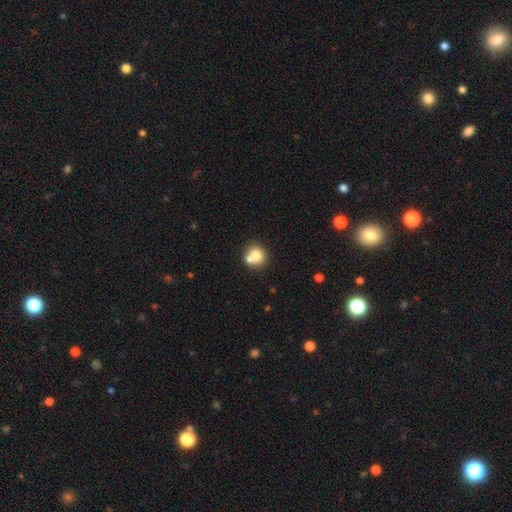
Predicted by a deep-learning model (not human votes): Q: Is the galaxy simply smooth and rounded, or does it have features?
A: smooth — 73%.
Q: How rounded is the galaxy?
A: round — 86%.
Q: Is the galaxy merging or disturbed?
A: none — 52%.